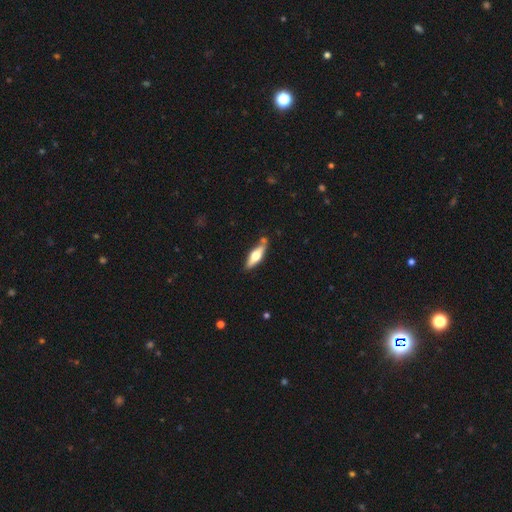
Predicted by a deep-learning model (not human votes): Smooth or featured? Predicted: smooth (p=0.47, tied with featured or disk). Merging? Predicted: none (p=0.77).